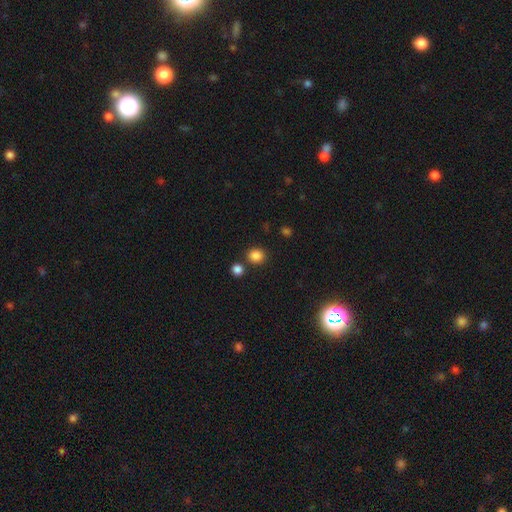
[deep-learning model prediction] smooth 85%, star or artifact 12%, featured or disk 4%. Down the decision tree: how rounded — round (83%); merging — none (79%).